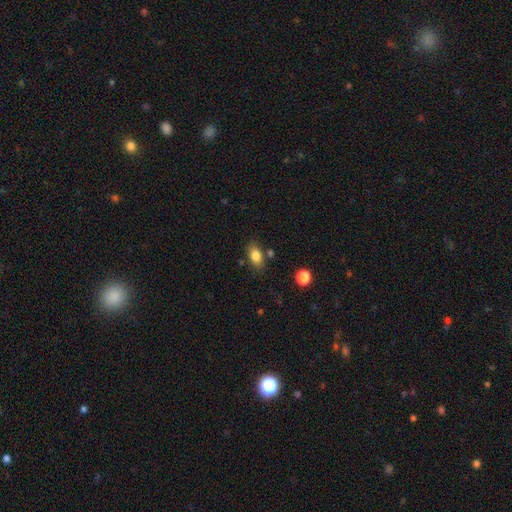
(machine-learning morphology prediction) smooth_or_featured: smooth (p=0.82) [alt: featured or disk p=0.09]
how_rounded: in between (p=0.85) [alt: round p=0.12]
merging: none (p=0.77) [alt: minor disturbance p=0.14]